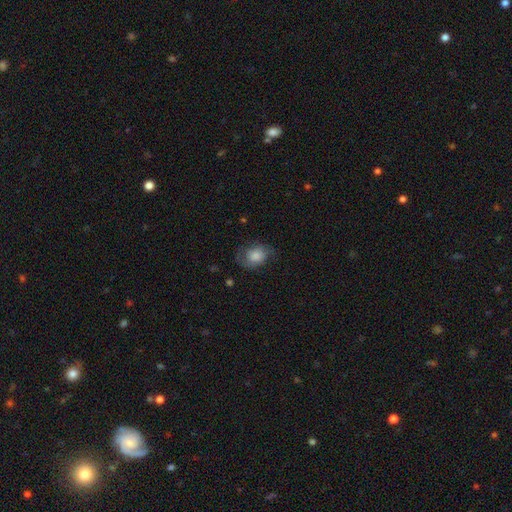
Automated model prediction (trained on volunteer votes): This is likely a smooth galaxy (65%). How rounded: possibly in between (57%). Merging: possibly none (58%).